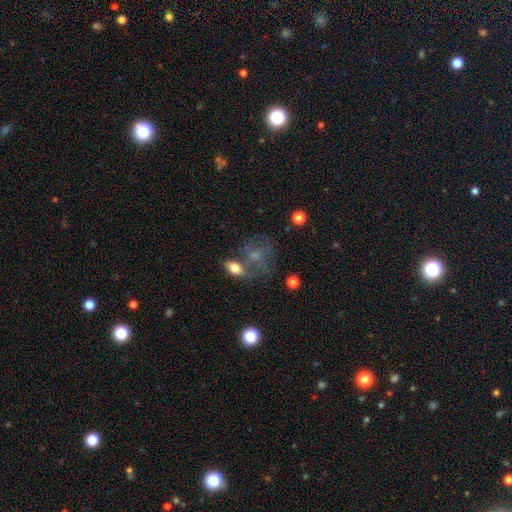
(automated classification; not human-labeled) Overall: smooth (47%; featured or disk 37%). Merging: none (39%; merger 22%).